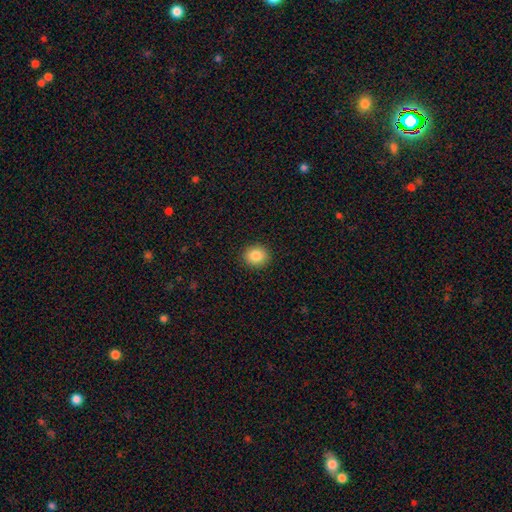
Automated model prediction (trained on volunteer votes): Q: Smooth or featured?
A: smooth (85%); runner-up: star or artifact (9%)
Q: How rounded?
A: round (78%); runner-up: in between (21%)
Q: Merging?
A: none (91%); runner-up: minor disturbance (6%)